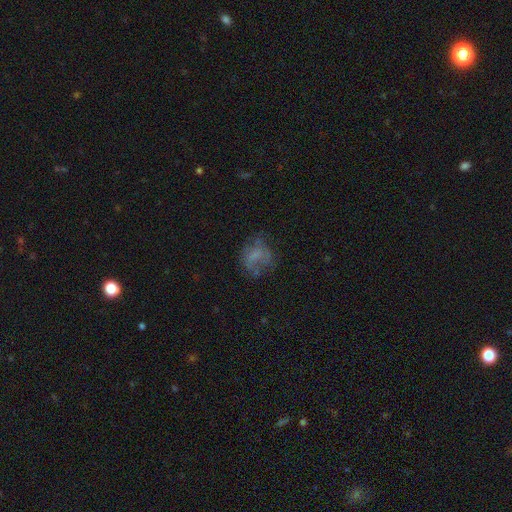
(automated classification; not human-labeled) A smooth galaxy with no disk features (47%).

Vote fractions:
- Smooth or featured? smooth: 47% / featured or disk: 37% / star or artifact: 16%
- Merging? none: 50% / major disturbance: 25% / minor disturbance: 22% / merger: 3%